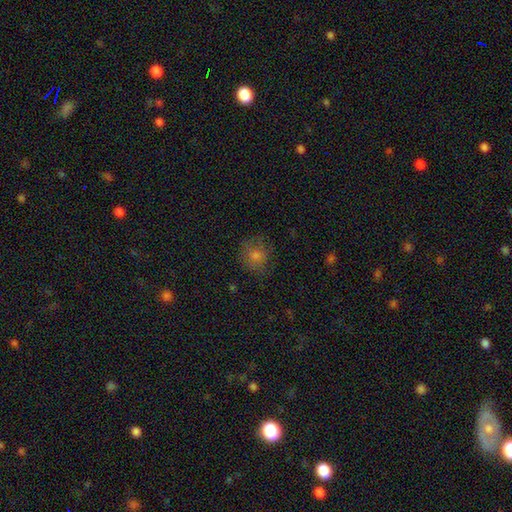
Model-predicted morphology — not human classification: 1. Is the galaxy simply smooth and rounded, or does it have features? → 70% smooth, 17% star or artifact, 13% featured or disk.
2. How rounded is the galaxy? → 83% round, 16% in between, 1% cigar-shaped.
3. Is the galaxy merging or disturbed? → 76% none, 17% minor disturbance, 6% major disturbance, 1% merger.